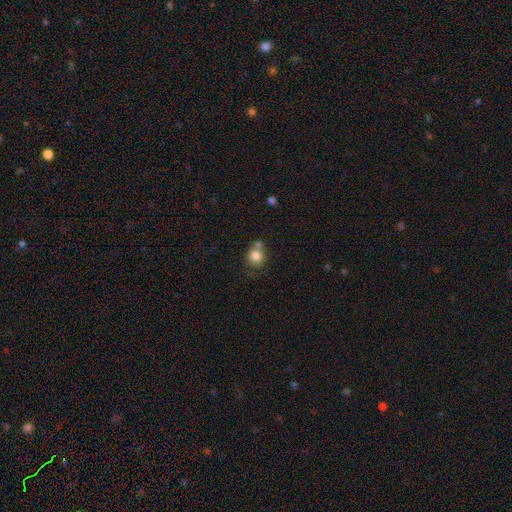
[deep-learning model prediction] This is clearly a smooth galaxy (81%). How rounded: clearly round (83%). Merging: possibly none (53%).